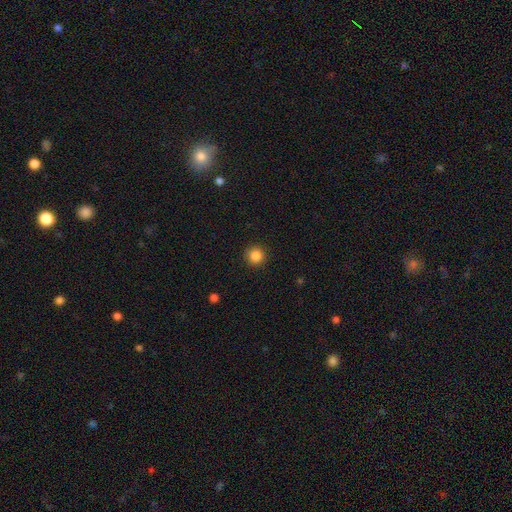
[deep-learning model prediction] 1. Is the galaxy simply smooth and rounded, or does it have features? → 86% smooth, 11% star or artifact, 3% featured or disk.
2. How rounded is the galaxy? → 94% round, 5% in between, 1% cigar-shaped.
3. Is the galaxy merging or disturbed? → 90% none, 7% minor disturbance, 2% major disturbance, 1% merger.